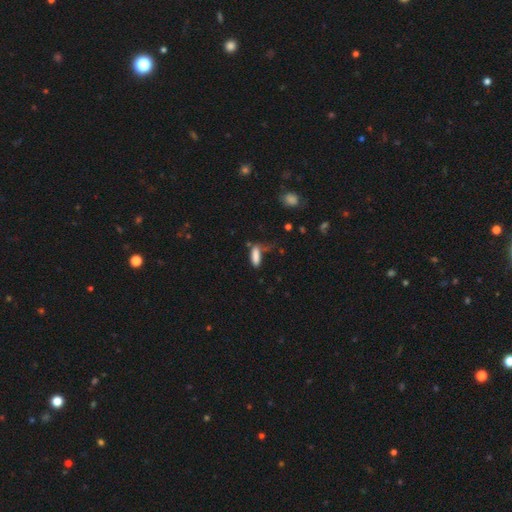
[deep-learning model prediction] Smooth or featured? smooth (83%)
How rounded? in between (50%)
Merging? none (49%)